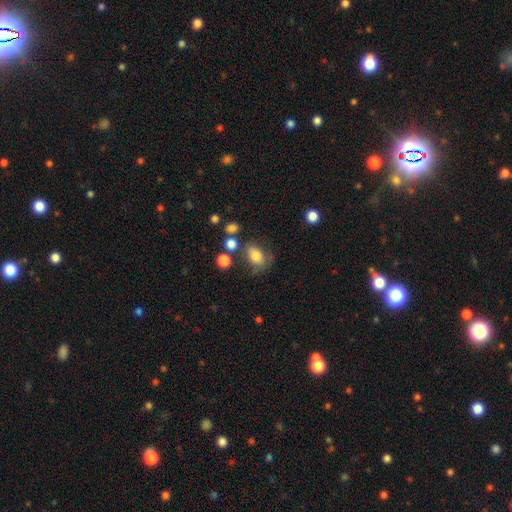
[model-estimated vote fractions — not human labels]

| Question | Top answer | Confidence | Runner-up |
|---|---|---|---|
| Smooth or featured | smooth | 78% | featured or disk (12%) |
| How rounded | in between | 78% | round (20%) |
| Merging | none | 59% | minor disturbance (22%) |